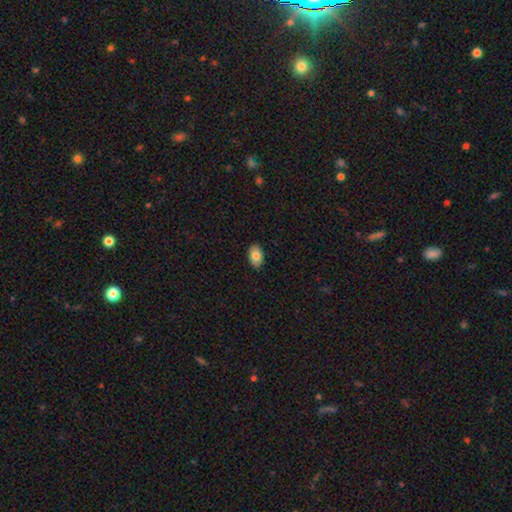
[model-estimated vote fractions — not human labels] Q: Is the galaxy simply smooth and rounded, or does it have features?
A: smooth — 79%.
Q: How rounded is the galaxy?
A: in between — 89%.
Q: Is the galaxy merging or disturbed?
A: none — 88%.